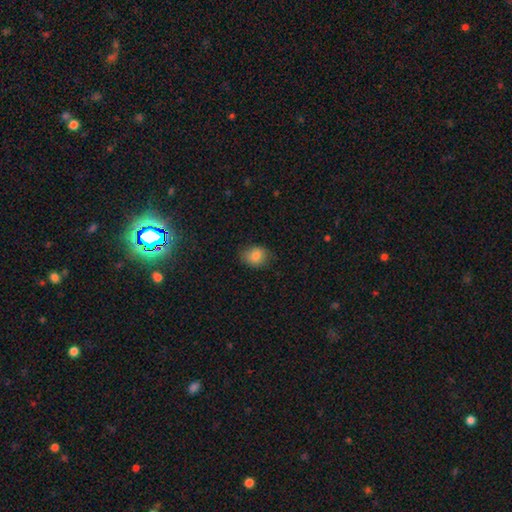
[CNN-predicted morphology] Smooth or featured?
  - smooth: 84% *
  - star or artifact: 9%
  - featured or disk: 7%
How rounded?
  - round: 50% *
  - in between: 49%
  - cigar-shaped: 1%
Merging?
  - none: 78% *
  - minor disturbance: 17%
  - major disturbance: 4%
  - merger: 1%